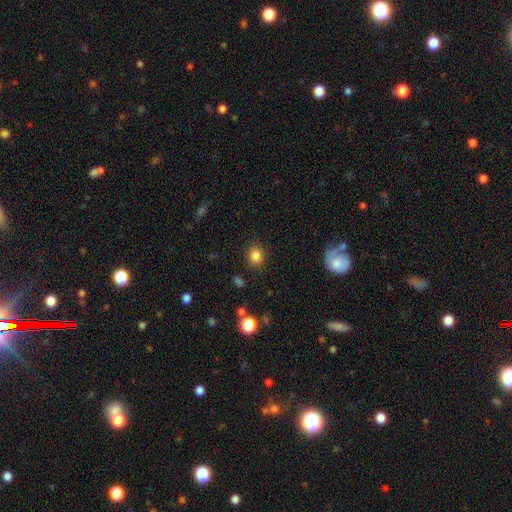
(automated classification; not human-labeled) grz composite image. It shows a smooth galaxy with no disk features (84%) that is round (68%). Merging: none (87%).